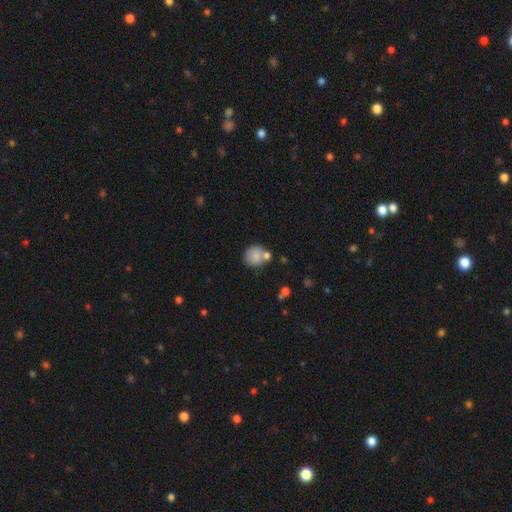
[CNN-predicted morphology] This is clearly a smooth galaxy (82%). How rounded: clearly round (84%). Merging: likely none (62%).